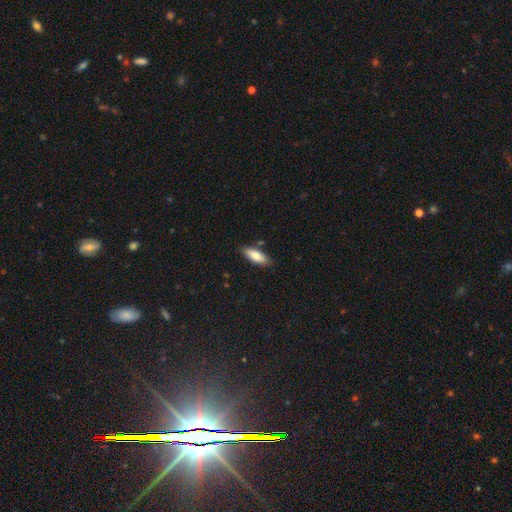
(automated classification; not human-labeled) This is likely a smooth galaxy (79%). How rounded: likely in between (65%). Merging: clearly none (84%).